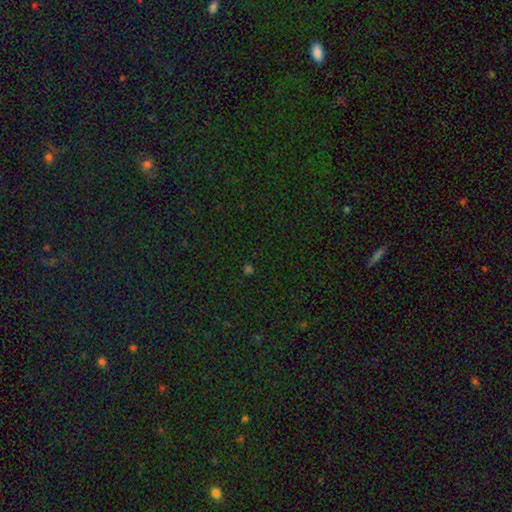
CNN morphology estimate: Q: Smooth or featured?
A: star or artifact (77%); runner-up: smooth (15%)